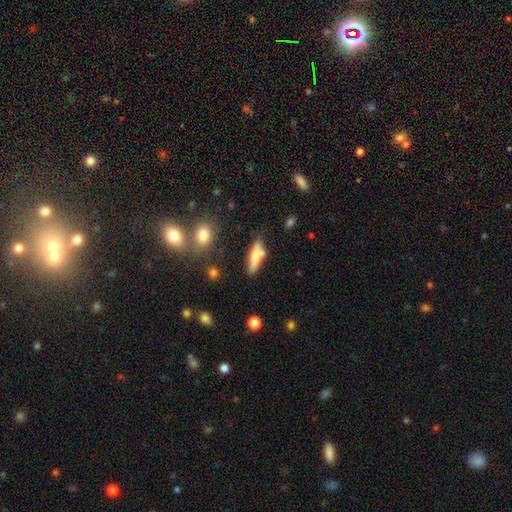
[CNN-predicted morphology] smooth 58%, featured or disk 35%, star or artifact 7%. Down the decision tree: how rounded — cigar-shaped (56%); merging — none (62%).